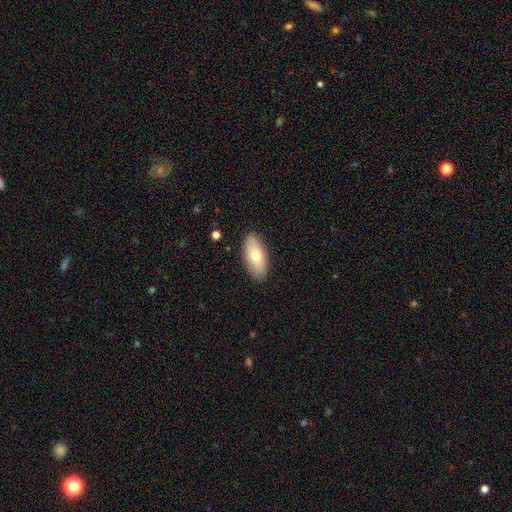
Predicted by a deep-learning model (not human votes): Overall: smooth (70%). How rounded: in between (88%). Merging: none (88%).